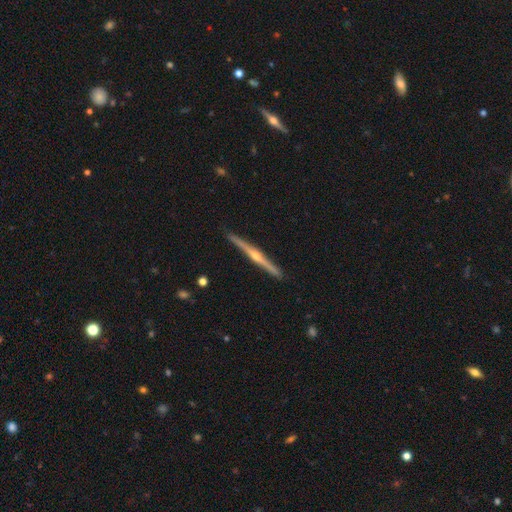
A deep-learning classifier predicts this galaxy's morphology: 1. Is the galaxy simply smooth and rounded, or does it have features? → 80% featured or disk, 15% smooth, 5% star or artifact.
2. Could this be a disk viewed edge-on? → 98% yes, 2% no.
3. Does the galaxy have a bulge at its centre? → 84% rounded, 11% none, 5% boxy.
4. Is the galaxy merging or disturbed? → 90% none, 7% minor disturbance, 1% major disturbance, 1% merger.